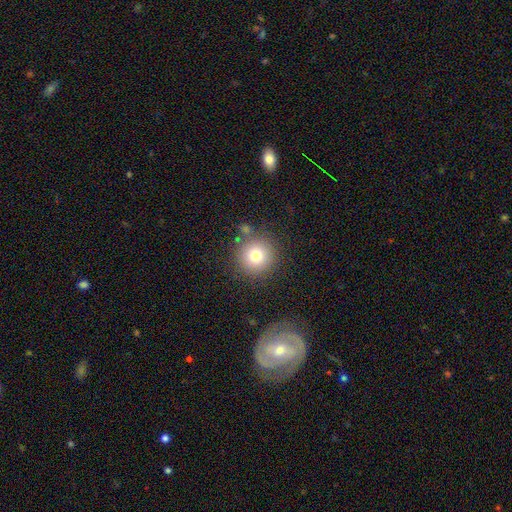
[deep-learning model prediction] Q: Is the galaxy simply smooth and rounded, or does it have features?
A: smooth — 76%.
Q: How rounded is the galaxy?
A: round — 95%.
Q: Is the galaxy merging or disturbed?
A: none — 83%.